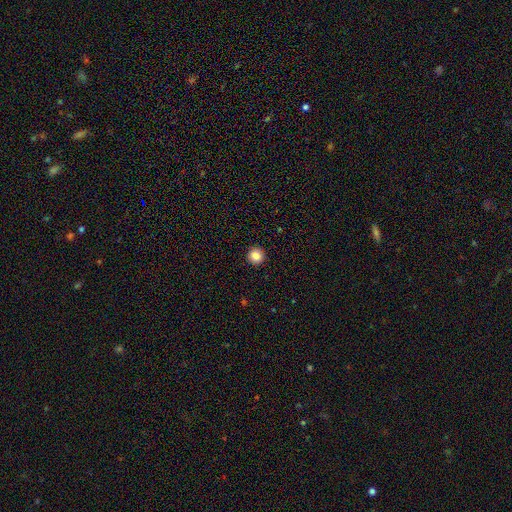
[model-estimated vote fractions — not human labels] Smooth or featured? Predicted: smooth (p=0.85). How rounded? Predicted: round (p=0.96). Merging? Predicted: none (p=0.94).